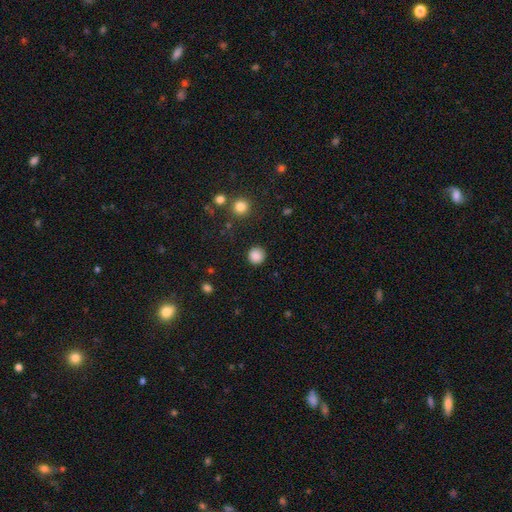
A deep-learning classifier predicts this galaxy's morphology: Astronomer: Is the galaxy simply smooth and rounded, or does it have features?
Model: smooth — 87%.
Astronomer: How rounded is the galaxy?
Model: round — 94%.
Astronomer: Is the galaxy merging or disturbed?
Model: none — 91%.